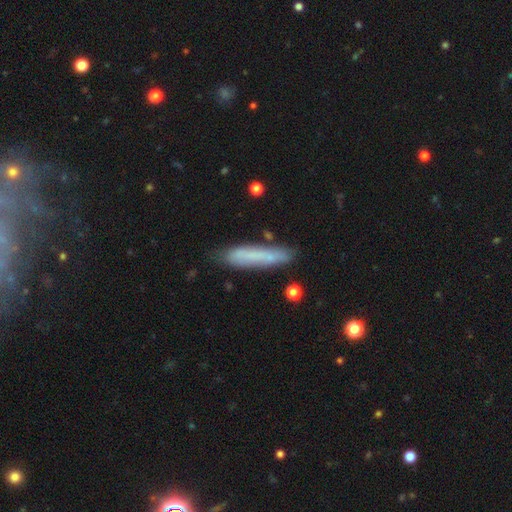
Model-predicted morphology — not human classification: smooth 68%, featured or disk 24%, star or artifact 8%. Down the decision tree: how rounded — cigar-shaped (89%); merging — none (77%).